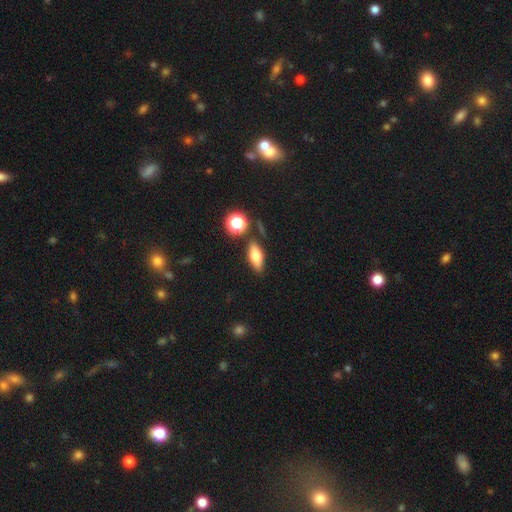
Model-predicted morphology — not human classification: This is likely a smooth galaxy (72%). How rounded: likely in between (70%). Merging: likely none (79%).